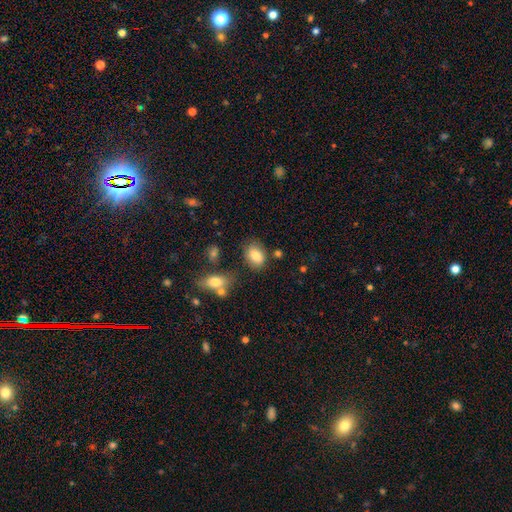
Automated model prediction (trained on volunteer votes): Smooth or featured? Predicted: smooth (p=0.81). How rounded? Predicted: in between (p=0.77). Merging? Predicted: none (p=0.73).